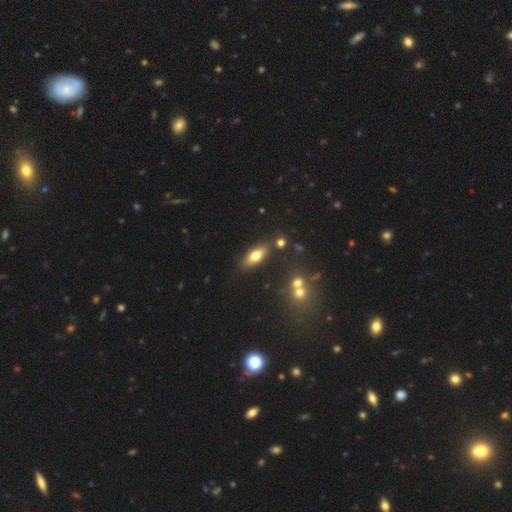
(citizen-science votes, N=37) Q: Smooth or featured?
A: smooth (73%); runner-up: featured or disk (22%)
Q: How rounded?
A: in between (74%); runner-up: round (15%)
Q: Merging?
A: none (57%); runner-up: merger (23%)